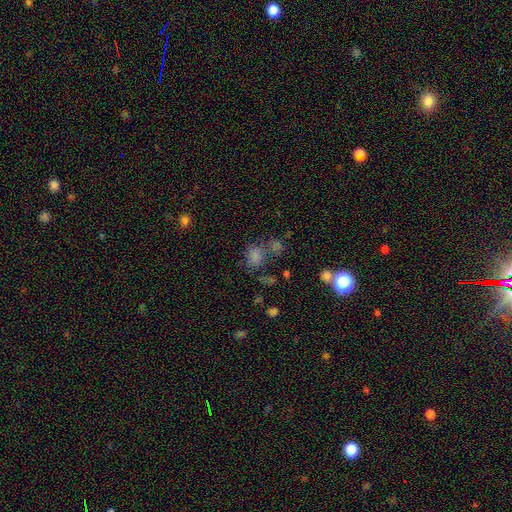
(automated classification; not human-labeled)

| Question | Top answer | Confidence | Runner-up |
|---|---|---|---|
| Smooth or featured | smooth | 70% | star or artifact (19%) |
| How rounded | in between | 56% | round (43%) |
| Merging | none | 44% | merger (28%) |